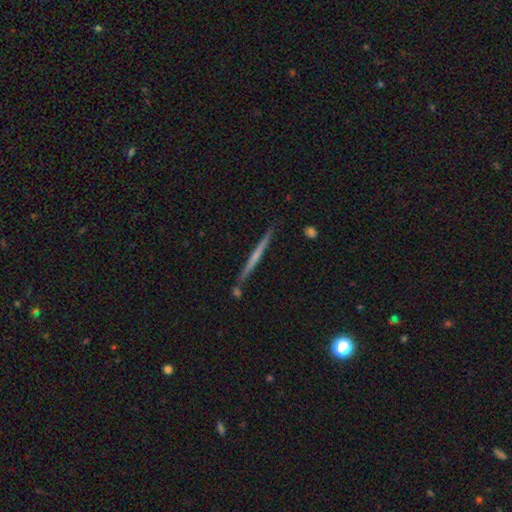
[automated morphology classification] Q: Smooth or featured?
A: featured or disk (55%); runner-up: smooth (39%)
Q: Edge-on disk?
A: yes (97%); runner-up: no (3%)
Q: Edge-on bulge?
A: none (83%); runner-up: rounded (12%)
Q: Merging?
A: none (86%); runner-up: minor disturbance (8%)